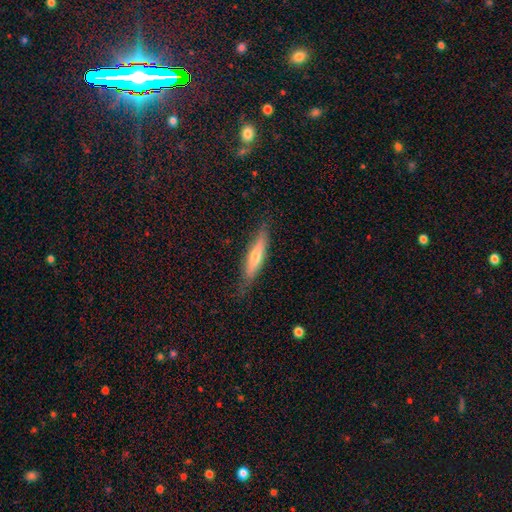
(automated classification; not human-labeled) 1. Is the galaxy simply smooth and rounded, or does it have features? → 54% smooth, 40% featured or disk, 6% star or artifact.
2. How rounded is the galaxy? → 83% cigar-shaped, 16% in between, 2% round.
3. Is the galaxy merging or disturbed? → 81% none, 15% minor disturbance, 3% major disturbance, 1% merger.